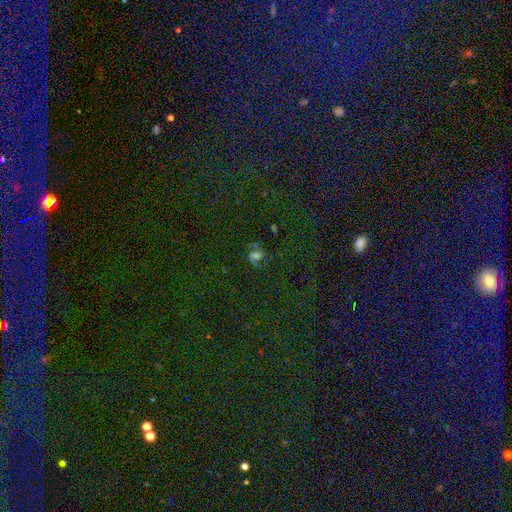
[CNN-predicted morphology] star or artifact 38%, featured or disk 31%, smooth 30%.